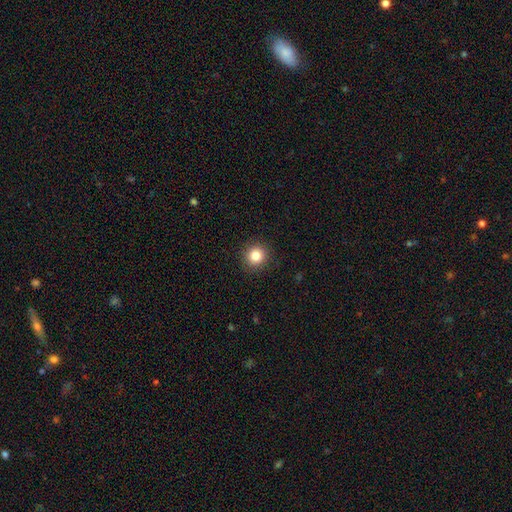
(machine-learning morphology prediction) A smooth galaxy with no disk features (84%) that is round (92%).

Vote fractions:
- Smooth or featured? smooth: 84% / star or artifact: 11% / featured or disk: 5%
- How rounded? round: 92% / in between: 7% / cigar-shaped: 1%
- Merging? none: 91% / minor disturbance: 6% / major disturbance: 2% / merger: 1%